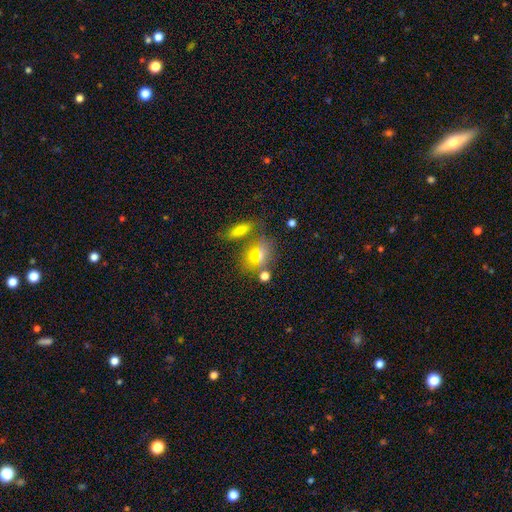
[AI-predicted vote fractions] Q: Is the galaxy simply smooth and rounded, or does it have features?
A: smooth — 63%.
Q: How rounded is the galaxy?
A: in between — 54%.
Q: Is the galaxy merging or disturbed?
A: none — 65%.